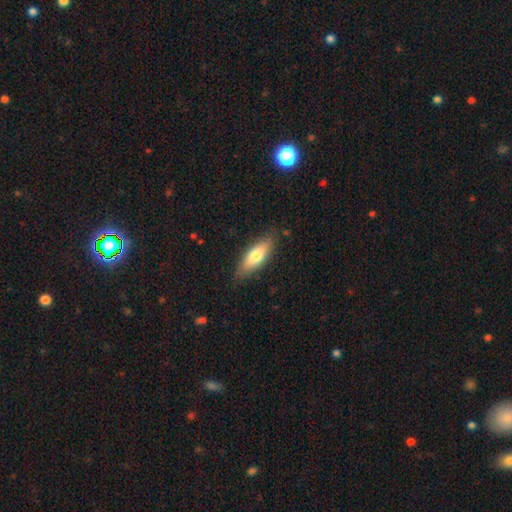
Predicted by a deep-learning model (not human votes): smooth-or-featured: smooth: 71% | featured or disk: 24% | star or artifact: 6%
  how-rounded: in between: 60% | cigar-shaped: 38% | round: 2%
  merging: none: 83% | minor disturbance: 14% | major disturbance: 3% | merger: 1%